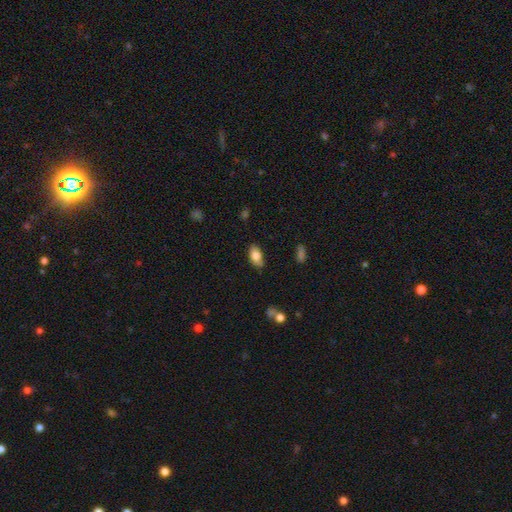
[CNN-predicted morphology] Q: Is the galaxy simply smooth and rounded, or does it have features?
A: smooth — 82%.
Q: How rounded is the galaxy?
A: in between — 91%.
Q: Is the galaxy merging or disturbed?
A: none — 81%.